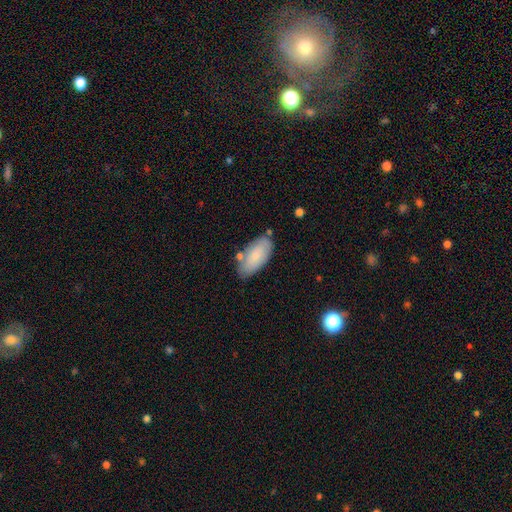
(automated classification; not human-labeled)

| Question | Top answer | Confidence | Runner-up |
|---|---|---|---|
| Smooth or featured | smooth | 80% | featured or disk (14%) |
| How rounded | in between | 92% | cigar-shaped (6%) |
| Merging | none | 72% | minor disturbance (18%) |